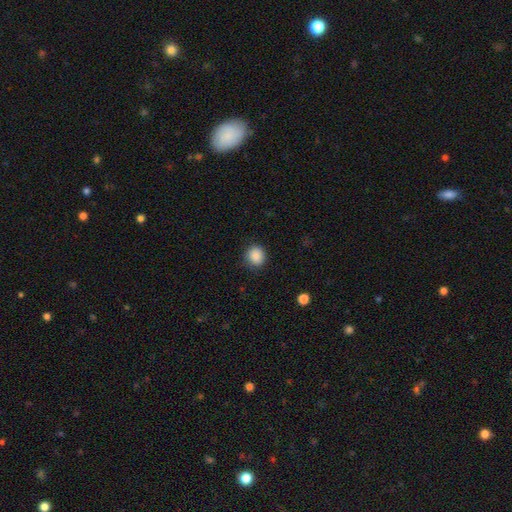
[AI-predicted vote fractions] Smooth or featured: smooth — 88% (star or artifact — 9%)
How rounded: round — 80% (in between — 19%)
Merging: none — 87% (minor disturbance — 9%)